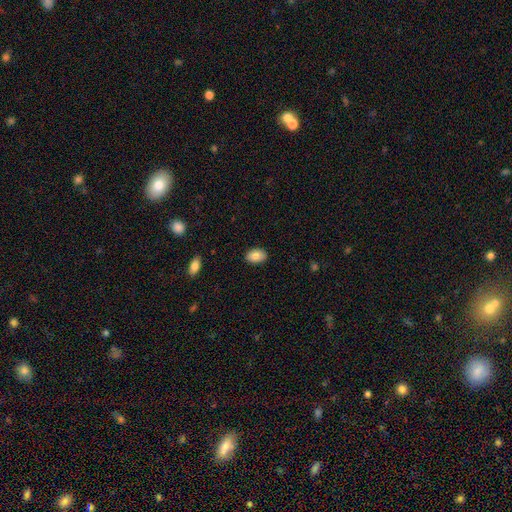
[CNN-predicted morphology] This appears to be a smooth galaxy with no disk features (84%) that is in between round and cigar-shaped (88%). Merging: none (88%).